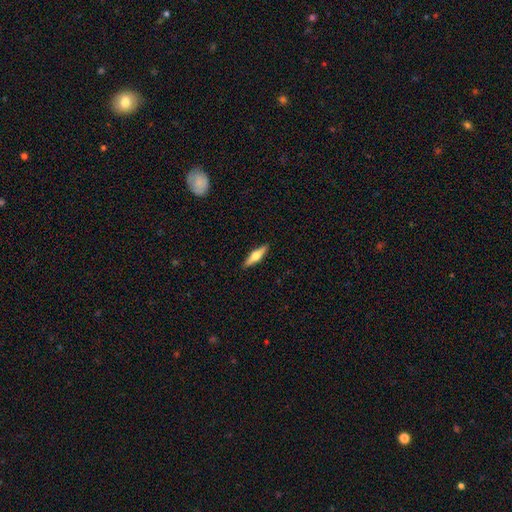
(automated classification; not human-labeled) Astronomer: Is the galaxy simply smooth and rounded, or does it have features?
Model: featured or disk — 58% (runner-up: smooth, 37%).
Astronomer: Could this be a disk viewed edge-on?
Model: yes — 96%.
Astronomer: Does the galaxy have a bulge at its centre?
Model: rounded — 94%.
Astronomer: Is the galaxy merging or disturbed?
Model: none — 90%.